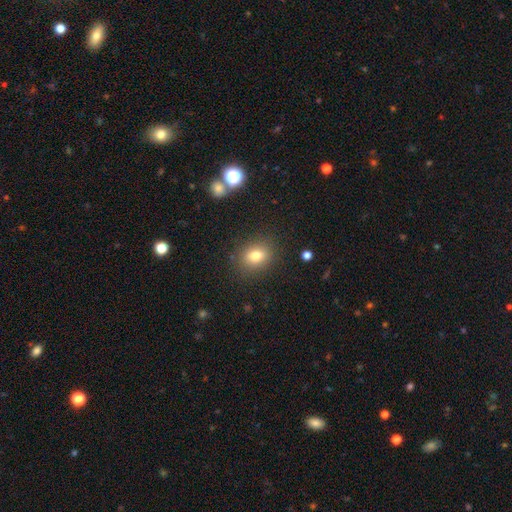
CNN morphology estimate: The model was most divided on "how rounded": round: 51%, in between: 48%, cigar-shaped: 1%. More confident: merging — none (85%); smooth or featured — smooth (78%).